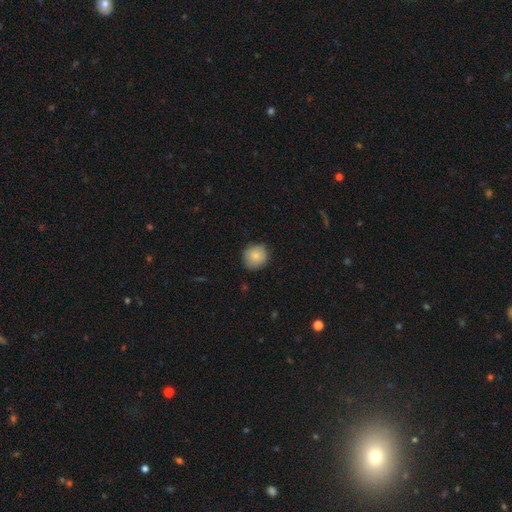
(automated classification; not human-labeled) Smooth or featured? Predicted: smooth (p=0.84). How rounded? Predicted: round (p=0.86). Merging? Predicted: none (p=0.82).